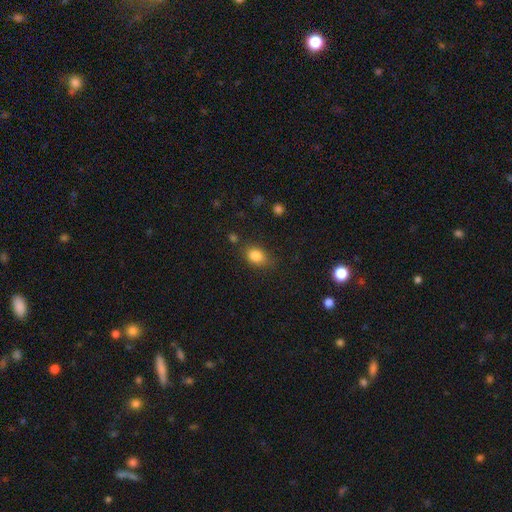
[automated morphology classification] This is clearly a smooth galaxy (85%). How rounded: likely in between (76%). Merging: likely none (71%).